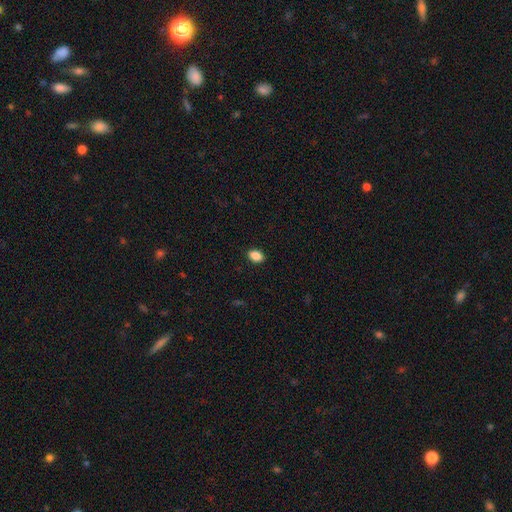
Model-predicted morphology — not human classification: The model was most divided on "how rounded": in between: 82%, round: 17%, cigar-shaped: 1%. More confident: merging — none (89%); smooth or featured — smooth (88%).